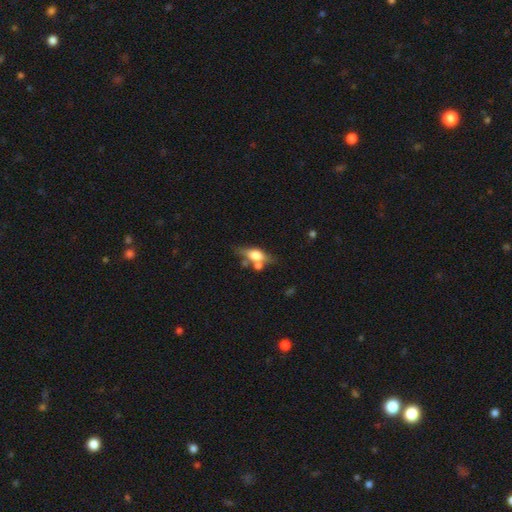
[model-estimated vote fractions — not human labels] Smooth or featured? Predicted: smooth (p=0.47). Merging? Predicted: none (p=0.56).